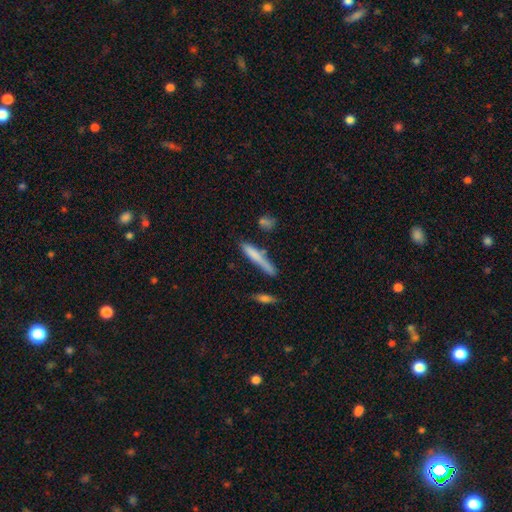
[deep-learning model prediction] smooth 72%, featured or disk 21%, star or artifact 7%. Down the decision tree: how rounded — cigar-shaped (93%); merging — none (69%).